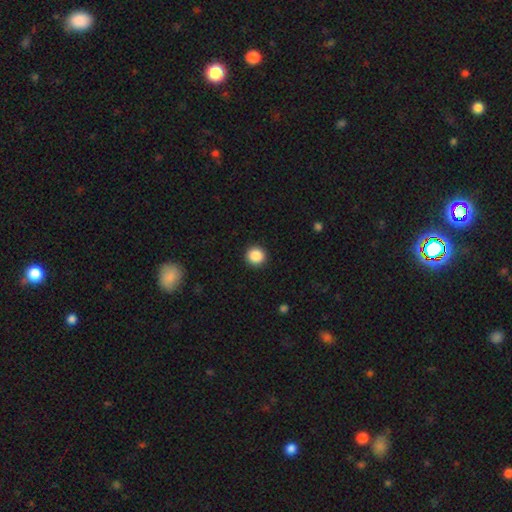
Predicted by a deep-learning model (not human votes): Smooth or featured?
  - smooth: 88% *
  - star or artifact: 9%
  - featured or disk: 3%
How rounded?
  - round: 95% *
  - in between: 4%
  - cigar-shaped: 1%
Merging?
  - none: 93% *
  - minor disturbance: 5%
  - major disturbance: 2%
  - merger: 1%